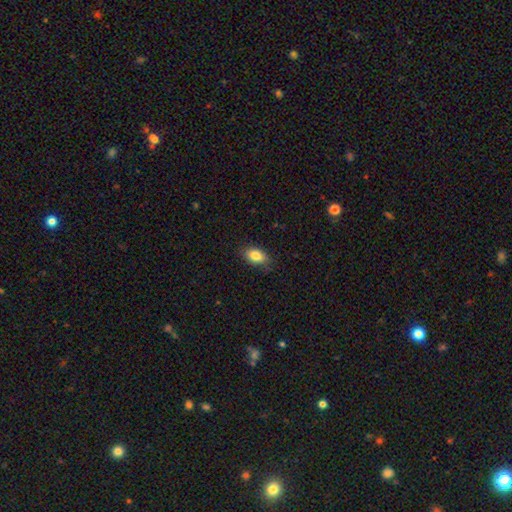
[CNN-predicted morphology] type=smooth (85%); roundness=in between (89%); merging=none (83%).